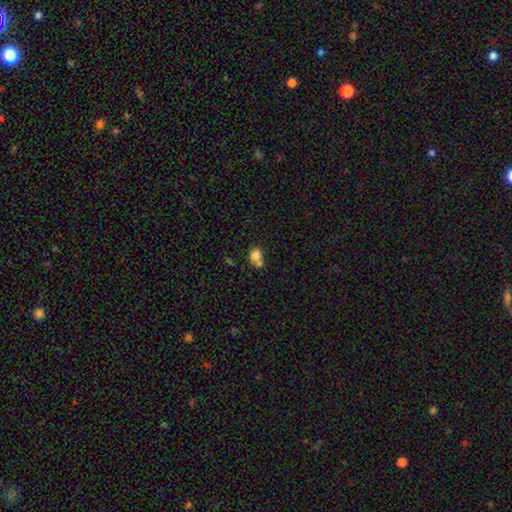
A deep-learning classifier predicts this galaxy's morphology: type=smooth (78%); roundness=round (66%); merging=merger (49%).